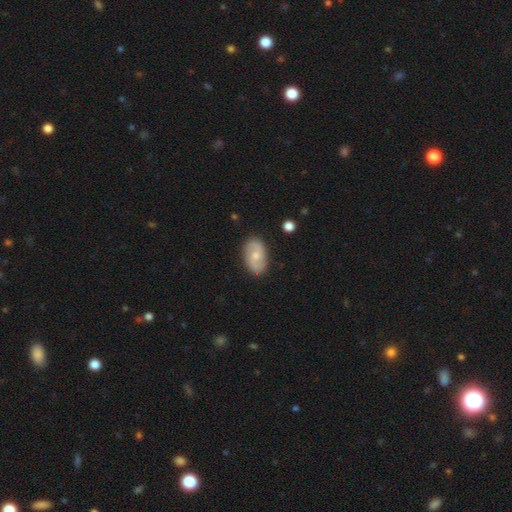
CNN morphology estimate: featured or disk 61%, smooth 33%, star or artifact 6%. Down the decision tree: edge-on disk — no (96%); bar — no (62%); spiral arms — yes (82%); bulge size — moderate (59%); merging — none (85%).